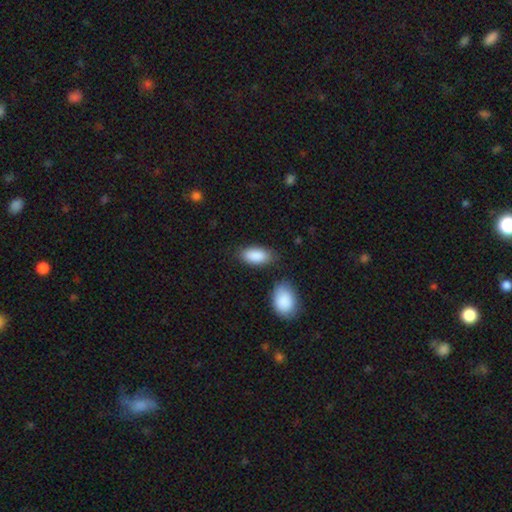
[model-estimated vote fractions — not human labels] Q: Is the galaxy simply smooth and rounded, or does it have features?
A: smooth — 89%.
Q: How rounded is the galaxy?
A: in between — 92%.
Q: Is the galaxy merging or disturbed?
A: none — 77%.